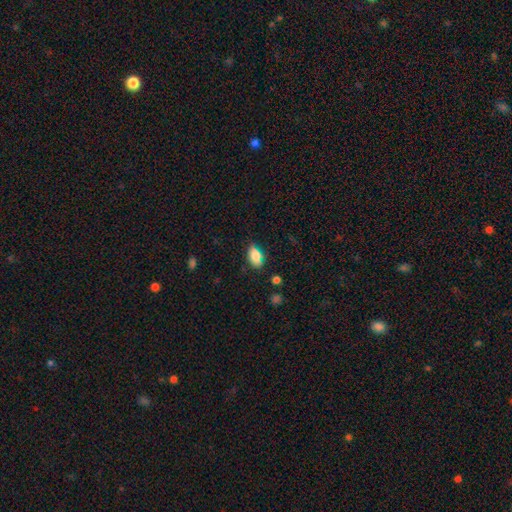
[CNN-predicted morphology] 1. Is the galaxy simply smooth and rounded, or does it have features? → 81% smooth, 10% star or artifact, 9% featured or disk.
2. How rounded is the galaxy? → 88% in between, 6% cigar-shaped, 6% round.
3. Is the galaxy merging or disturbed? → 73% none, 20% minor disturbance, 4% major disturbance, 3% merger.